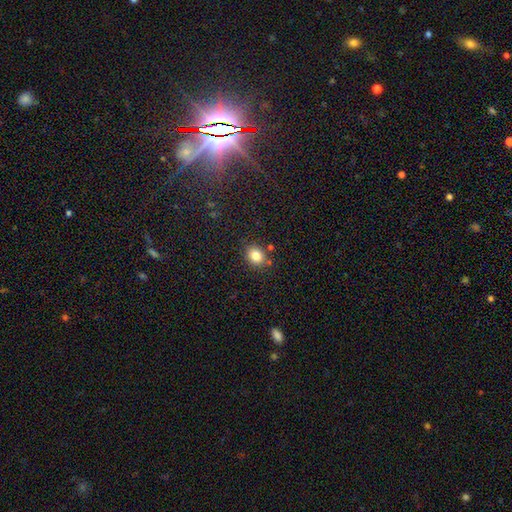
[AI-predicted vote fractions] A smooth galaxy with no disk features (82%) that is round (68%).

Vote fractions:
- Smooth or featured? smooth: 82% / star or artifact: 11% / featured or disk: 7%
- How rounded? round: 68% / in between: 31% / cigar-shaped: 1%
- Merging? none: 82% / minor disturbance: 10% / merger: 5% / major disturbance: 3%